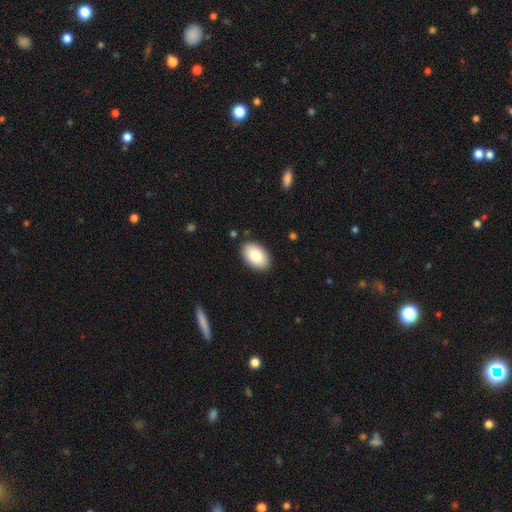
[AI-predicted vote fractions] smooth_or_featured: smooth (p=0.86) [alt: featured or disk p=0.08]
how_rounded: in between (p=0.93) [alt: round p=0.06]
merging: none (p=0.88) [alt: minor disturbance p=0.09]